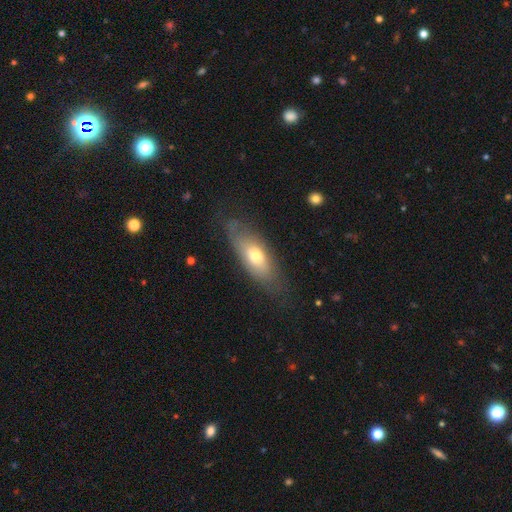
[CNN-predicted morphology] Overall: smooth (61%; featured or disk 32%). How rounded: in between (75%). Merging: none (69%).